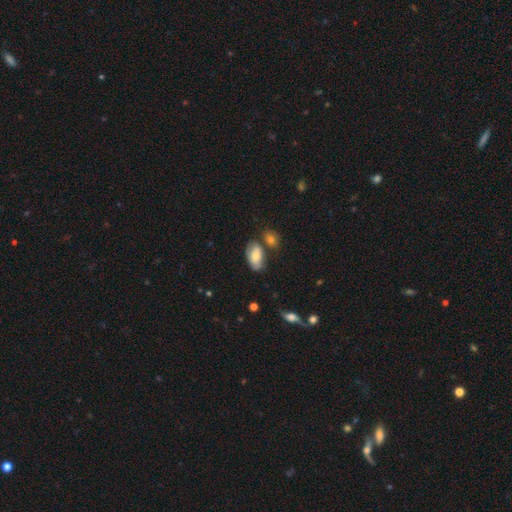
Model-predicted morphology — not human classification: smooth-or-featured: smooth: 71% | featured or disk: 22% | star or artifact: 7%
  how-rounded: in between: 92% | round: 4% | cigar-shaped: 3%
  merging: none: 59% | minor disturbance: 21% | merger: 15% | major disturbance: 5%